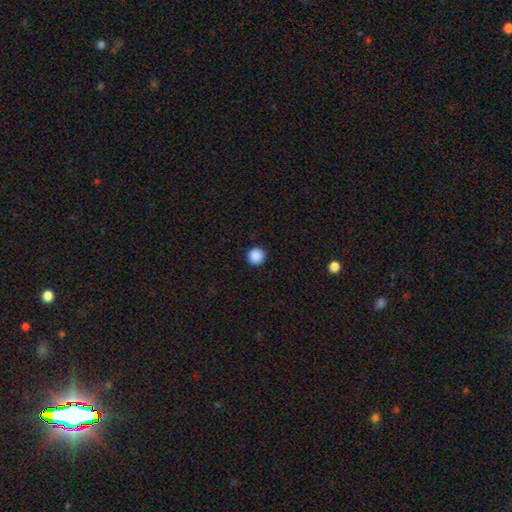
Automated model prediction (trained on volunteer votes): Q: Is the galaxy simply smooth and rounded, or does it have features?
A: smooth — 89%.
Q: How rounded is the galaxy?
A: round — 96%.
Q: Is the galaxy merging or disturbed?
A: none — 93%.